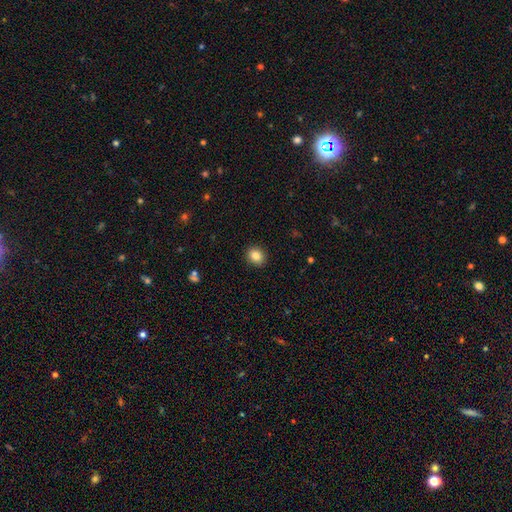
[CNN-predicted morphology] type=smooth (84%); roundness=round (66%); merging=none (91%).